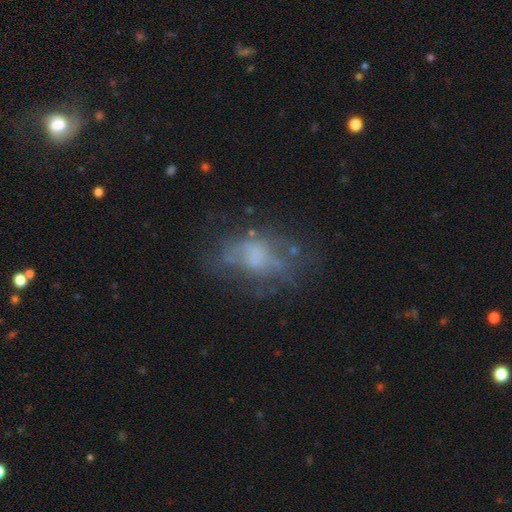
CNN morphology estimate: Q: Smooth or featured?
A: featured or disk (48%); runner-up: smooth (38%)
Q: Merging?
A: none (44%); runner-up: major disturbance (29%)